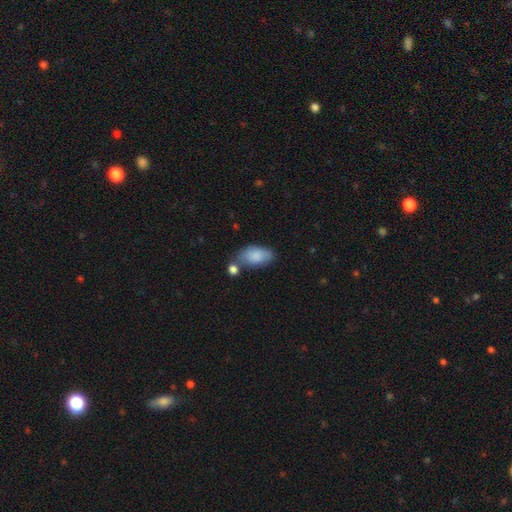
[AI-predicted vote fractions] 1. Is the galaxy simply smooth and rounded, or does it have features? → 84% smooth, 9% featured or disk, 6% star or artifact.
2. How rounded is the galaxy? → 93% in between, 4% round, 2% cigar-shaped.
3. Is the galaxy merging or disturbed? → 52% none, 23% minor disturbance, 17% merger, 7% major disturbance.